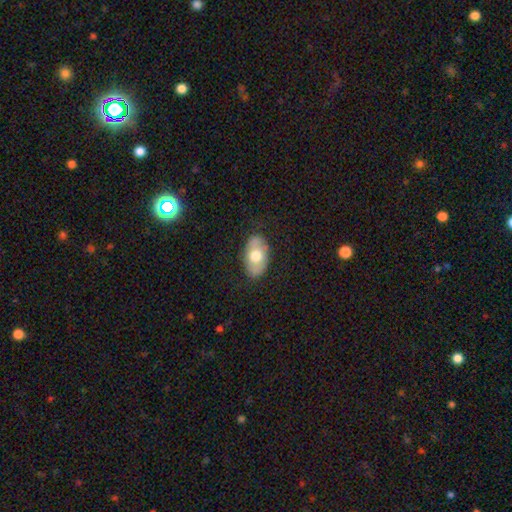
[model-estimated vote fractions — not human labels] smooth 64%, featured or disk 30%, star or artifact 6%. Down the decision tree: how rounded — in between (91%); merging — none (79%).